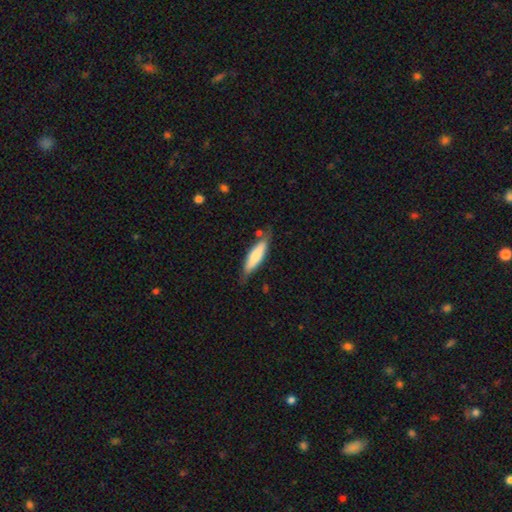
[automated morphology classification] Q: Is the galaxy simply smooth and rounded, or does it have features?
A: smooth — 72%.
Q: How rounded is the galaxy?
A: cigar-shaped — 71%.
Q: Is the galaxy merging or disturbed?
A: none — 72%.